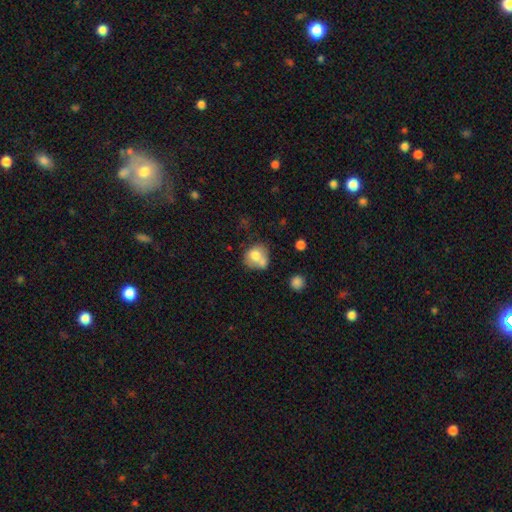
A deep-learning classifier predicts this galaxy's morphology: This appears to be a smooth galaxy with no disk features (72%) that is round (70%). Merging: merger (40%).